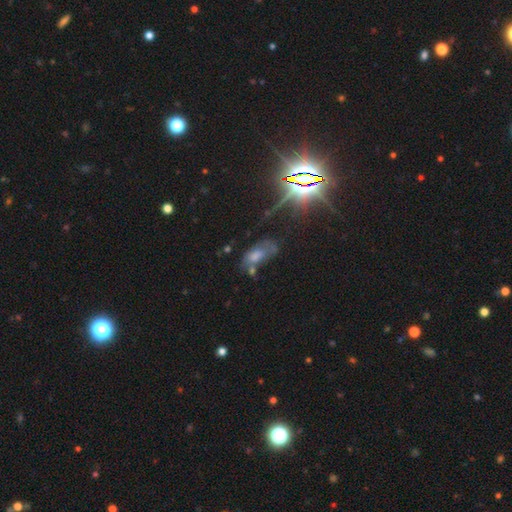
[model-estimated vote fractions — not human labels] Overall: star or artifact (41%; smooth 30%).